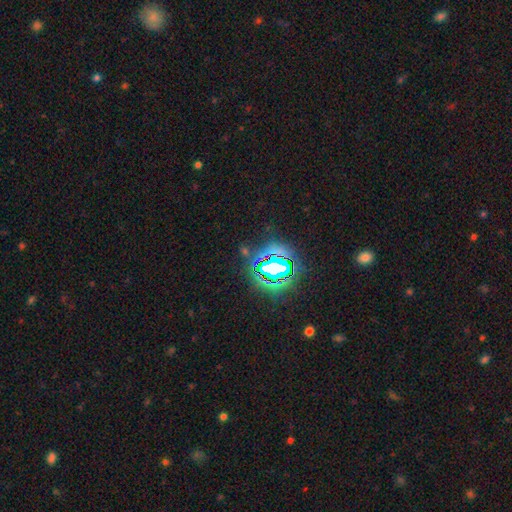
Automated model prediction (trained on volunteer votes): The model was most divided on "smooth or featured": star or artifact: 83%, smooth: 11%, featured or disk: 7%.